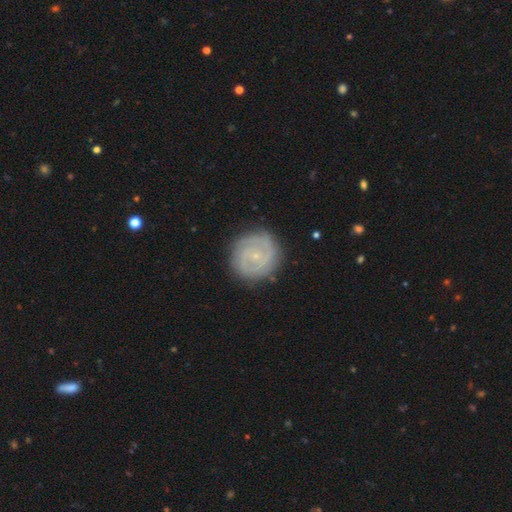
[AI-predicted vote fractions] Q: Smooth or featured?
A: featured or disk (80%); runner-up: smooth (14%)
Q: Edge-on disk?
A: no (98%); runner-up: yes (2%)
Q: Bar?
A: no (66%); runner-up: weak (29%)
Q: Spiral arms?
A: yes (95%); runner-up: no (5%)
Q: Spiral winding?
A: tight (64%); runner-up: medium (29%)
Q: Spiral arm count?
A: 2 (61%); runner-up: can't tell (15%)
Q: Bulge size?
A: small (85%); runner-up: moderate (10%)
Q: Merging?
A: none (85%); runner-up: minor disturbance (11%)